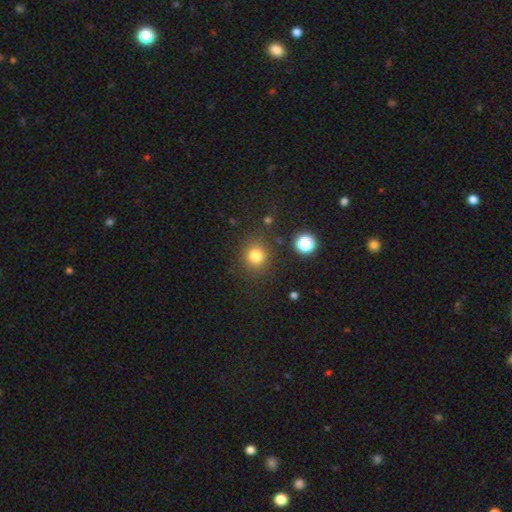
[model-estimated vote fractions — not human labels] The model was most divided on "smooth or featured": smooth: 79%, star or artifact: 15%, featured or disk: 6%. More confident: how rounded — round (88%); merging — none (85%).